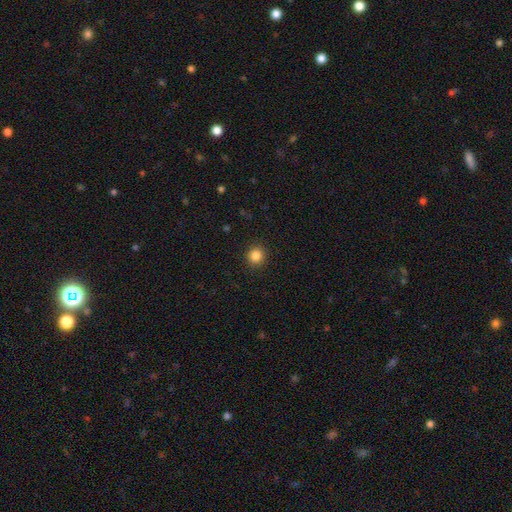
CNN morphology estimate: smooth 85%, star or artifact 11%, featured or disk 4%. Down the decision tree: how rounded — round (89%); merging — none (91%).